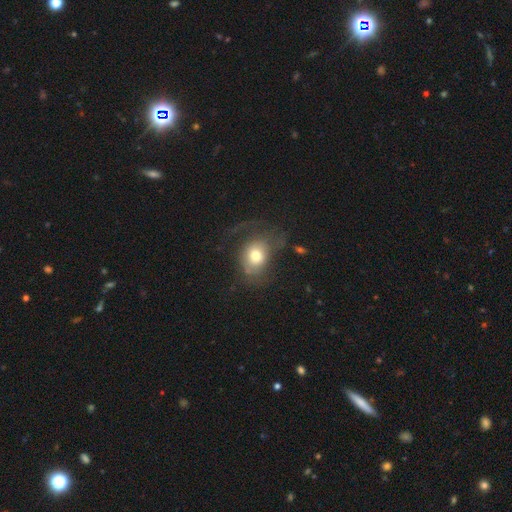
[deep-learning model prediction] Overall: smooth (61%; featured or disk 30%). How rounded: in between (49%, tied with round). Merging: major disturbance (39%; none 37%).